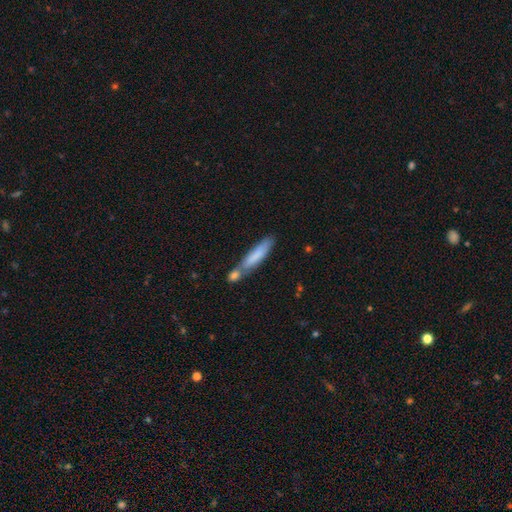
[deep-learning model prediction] smooth-or-featured: smooth: 74% | featured or disk: 20% | star or artifact: 6%
  how-rounded: cigar-shaped: 83% | in between: 16% | round: 1%
  merging: none: 43% | merger: 36% | minor disturbance: 16% | major disturbance: 6%